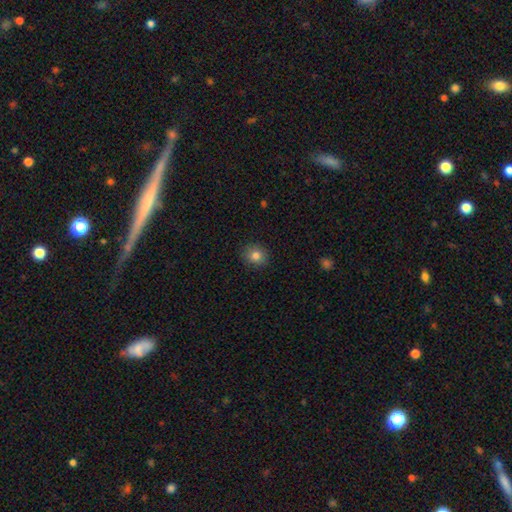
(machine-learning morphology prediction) smooth_or_featured: smooth (p=0.82) [alt: star or artifact p=0.11]
how_rounded: round (p=0.79) [alt: in between p=0.20]
merging: none (p=0.90) [alt: minor disturbance p=0.07]